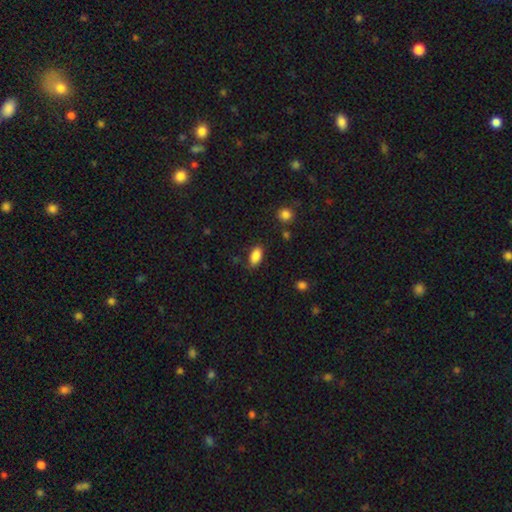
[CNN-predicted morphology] Smooth or featured? Predicted: smooth (p=0.87). How rounded? Predicted: in between (p=0.92). Merging? Predicted: none (p=0.82).